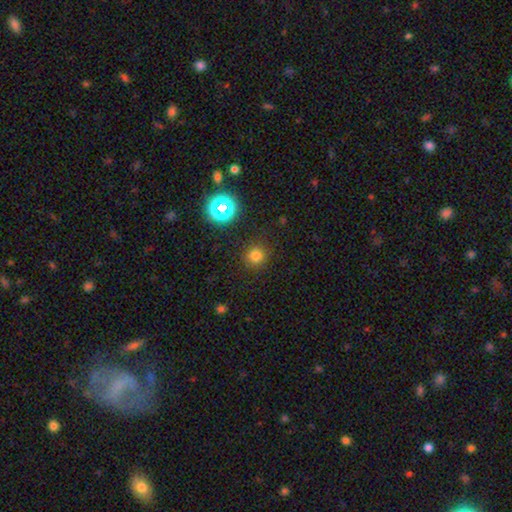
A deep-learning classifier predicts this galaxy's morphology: A smooth galaxy with no disk features (75%) that is round (92%). Merging: none (88%).